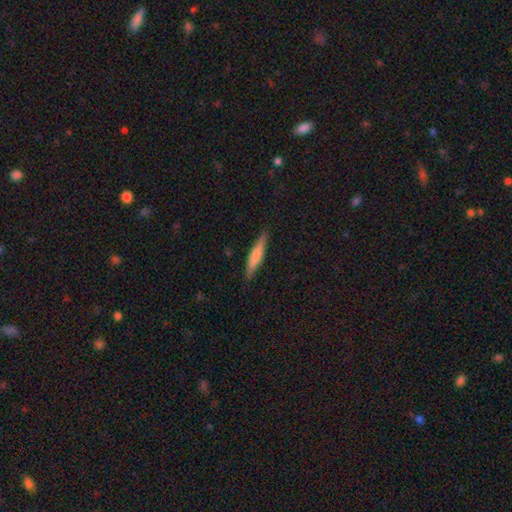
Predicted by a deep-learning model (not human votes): A smooth galaxy with no disk features (65%) that is cigar-shaped (89%).

Vote fractions:
- Smooth or featured? smooth: 65% / featured or disk: 29% / star or artifact: 6%
- How rounded? cigar-shaped: 89% / in between: 9% / round: 1%
- Merging? none: 89% / minor disturbance: 9% / major disturbance: 2% / merger: 1%